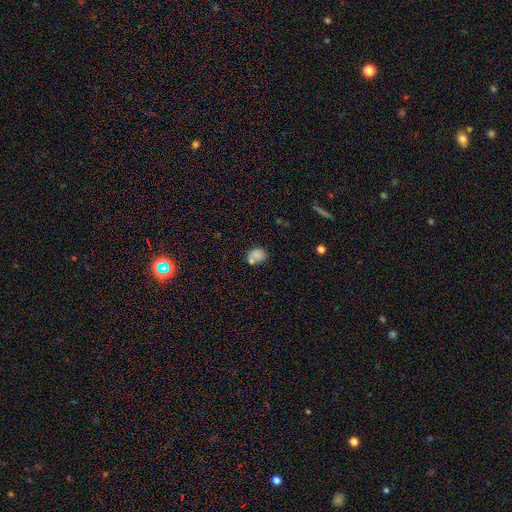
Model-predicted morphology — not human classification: Smooth or featured: smooth — 77% (star or artifact — 11%)
How rounded: round — 53% (in between — 46%)
Merging: none — 57% (merger — 20%)